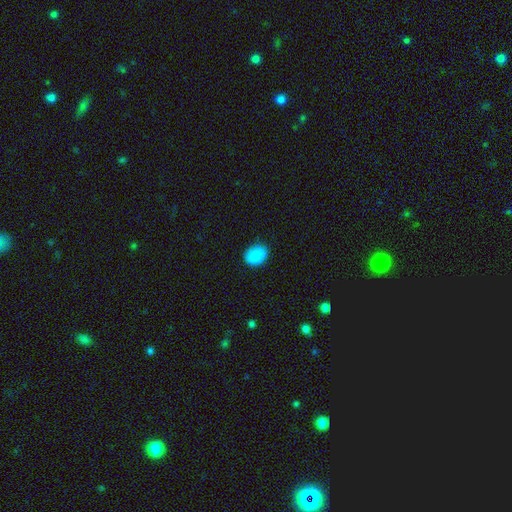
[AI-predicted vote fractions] A smooth galaxy with no disk features (89%) that is in between round and cigar-shaped (66%).

Vote fractions:
- Smooth or featured? smooth: 89% / star or artifact: 8% / featured or disk: 3%
- How rounded? in between: 66% / round: 33% / cigar-shaped: 1%
- Merging? none: 84% / minor disturbance: 13% / major disturbance: 3% / merger: 1%